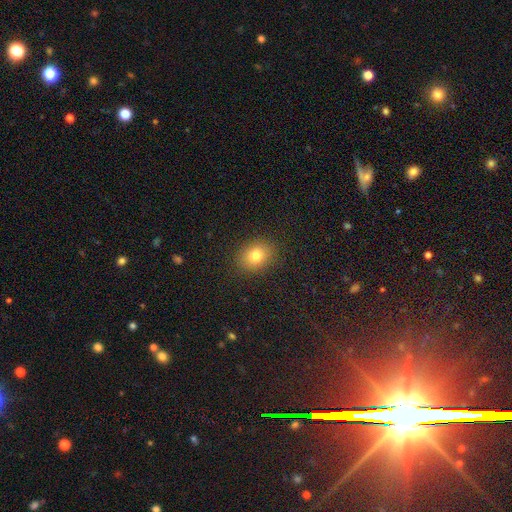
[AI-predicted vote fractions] Smooth or featured: smooth — 79% (star or artifact — 12%)
How rounded: round — 52% (in between — 47%)
Merging: none — 88% (minor disturbance — 8%)